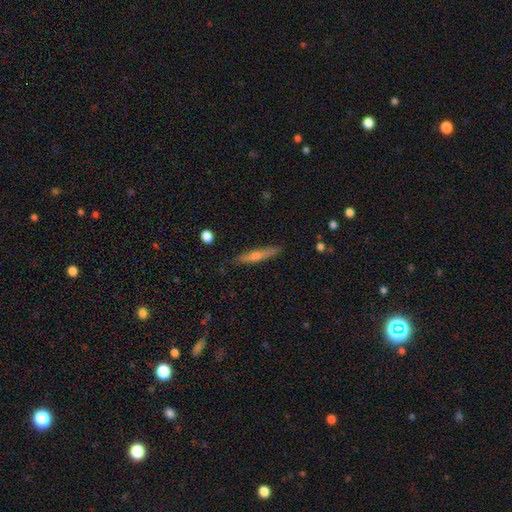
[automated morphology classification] This appears to be a featured or disk galaxy (49%). Merging: none (87%).